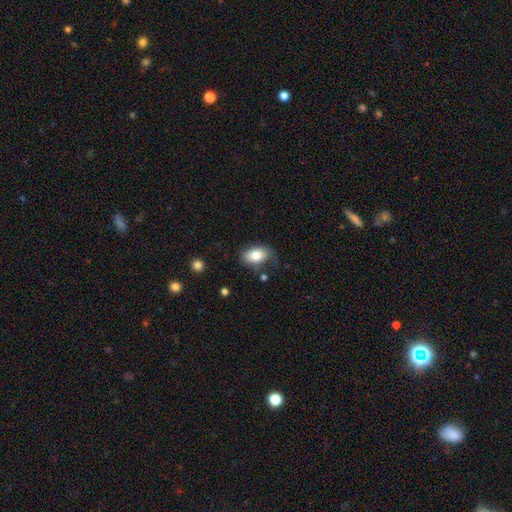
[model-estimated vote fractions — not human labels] Smooth or featured? Predicted: smooth (p=0.81). How rounded? Predicted: in between (p=0.89). Merging? Predicted: none (p=0.68).